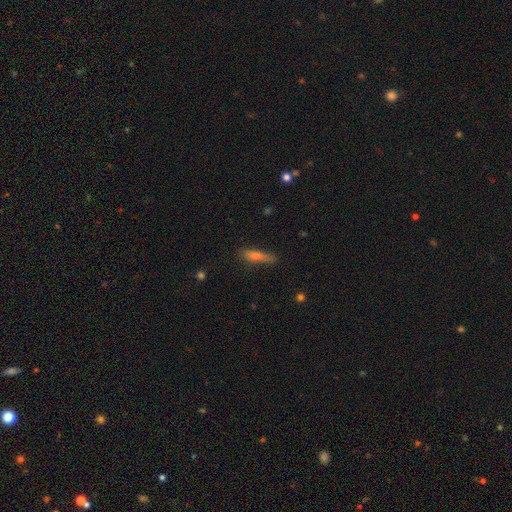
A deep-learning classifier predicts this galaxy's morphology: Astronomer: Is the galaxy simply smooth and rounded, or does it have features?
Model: smooth — 66%.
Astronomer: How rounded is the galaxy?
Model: cigar-shaped — 82%.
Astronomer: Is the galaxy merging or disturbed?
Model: none — 73%.